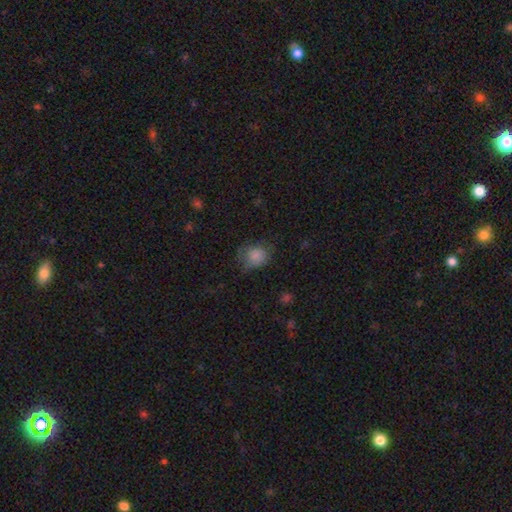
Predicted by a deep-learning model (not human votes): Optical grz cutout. It shows a smooth galaxy with no disk features (82%) that is round (63%). Merging: none (57%).